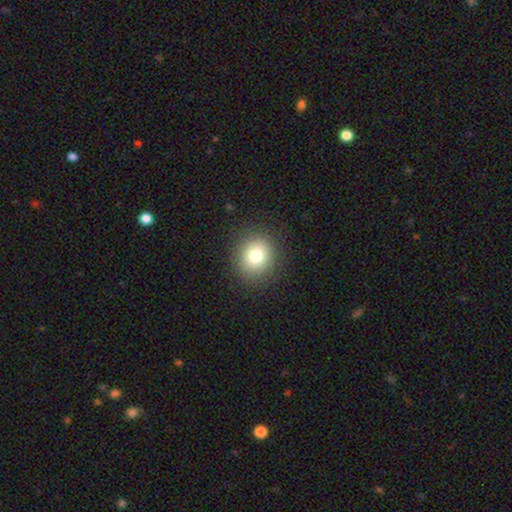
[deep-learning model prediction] Morphology: type=smooth (80%); roundness=round (80%); merging=none (89%).